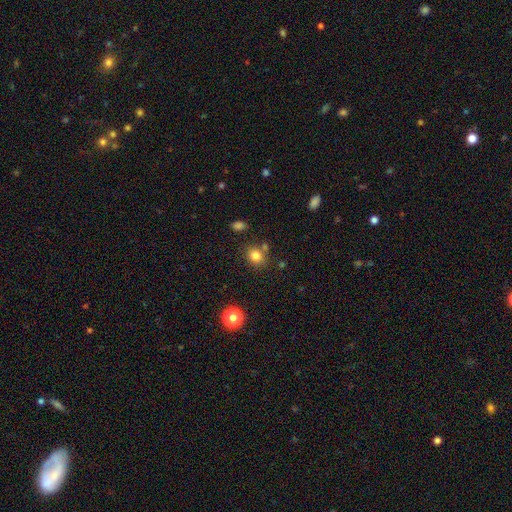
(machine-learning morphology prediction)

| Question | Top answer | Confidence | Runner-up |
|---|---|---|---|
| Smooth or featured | smooth | 80% | star or artifact (13%) |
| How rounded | round | 67% | in between (32%) |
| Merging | none | 74% | minor disturbance (12%) |